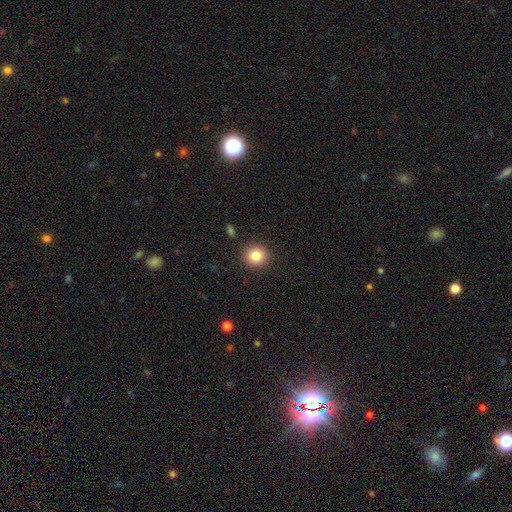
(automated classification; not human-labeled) A smooth galaxy with no disk features (83%) that is round (88%). Merging: none (90%).